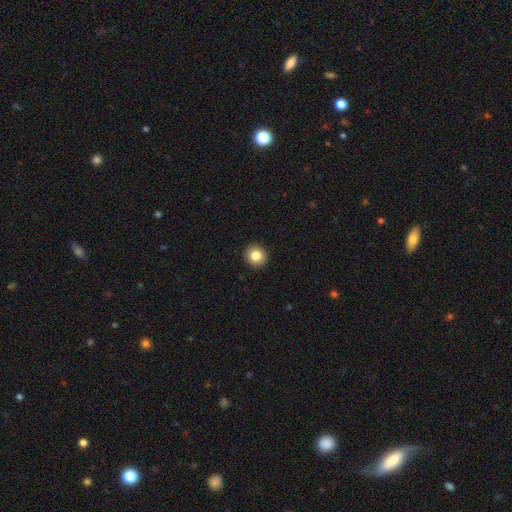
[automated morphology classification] smooth_or_featured: smooth (p=0.84) [alt: star or artifact p=0.10]
how_rounded: round (p=0.91) [alt: in between p=0.08]
merging: none (p=0.93) [alt: minor disturbance p=0.04]